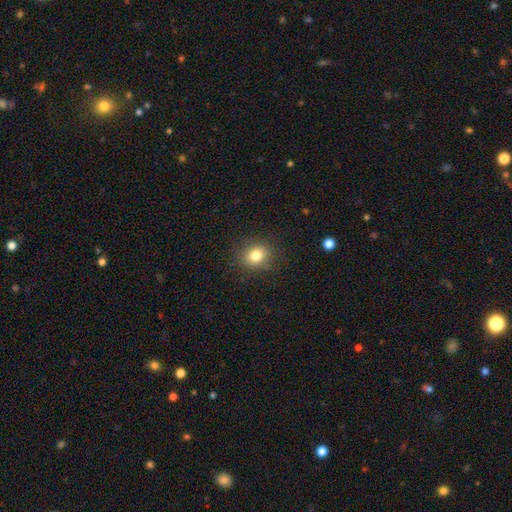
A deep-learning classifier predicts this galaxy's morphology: smooth 81%, star or artifact 12%, featured or disk 8%. Down the decision tree: how rounded — round (61%); merging — none (85%).